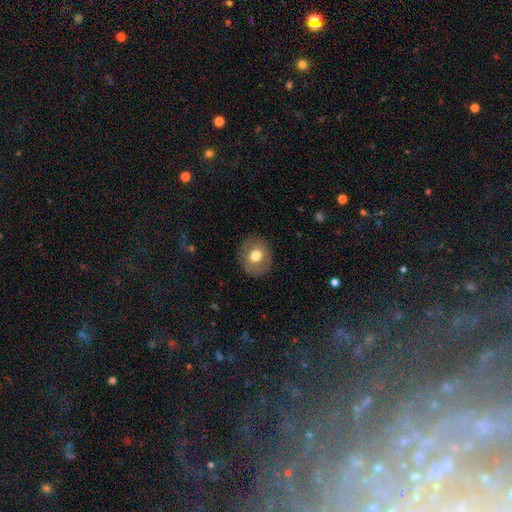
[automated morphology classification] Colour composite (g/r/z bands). It shows a smooth galaxy with no disk features (71%) that is round (76%). Merging: none (88%).